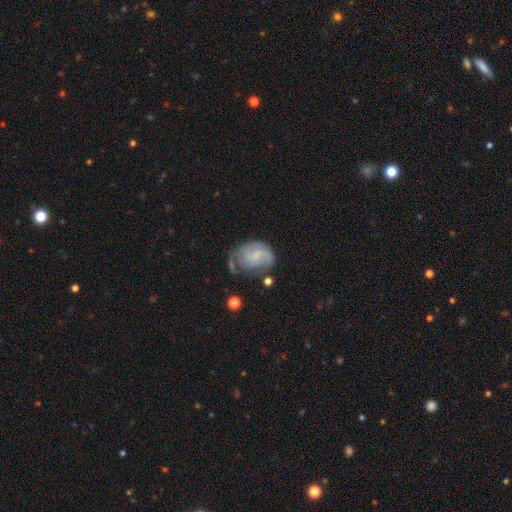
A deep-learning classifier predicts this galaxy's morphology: A featured or disk galaxy (62%) with no bar (52%), spiral arms (82%) and a small central bulge (60%).

Vote fractions:
- Smooth or featured? featured or disk: 62% / smooth: 30% / star or artifact: 8%
- Edge-on disk? no: 97% / yes: 3%
- Bar? no: 52% / weak: 41% / strong: 7%
- Spiral arms? yes: 82% / no: 18%
- Bulge size? small: 60% / moderate: 19% / none: 18% / large: 2% / dominant: 1%
- Merging? none: 39% / minor disturbance: 31% / major disturbance: 23% / merger: 7%